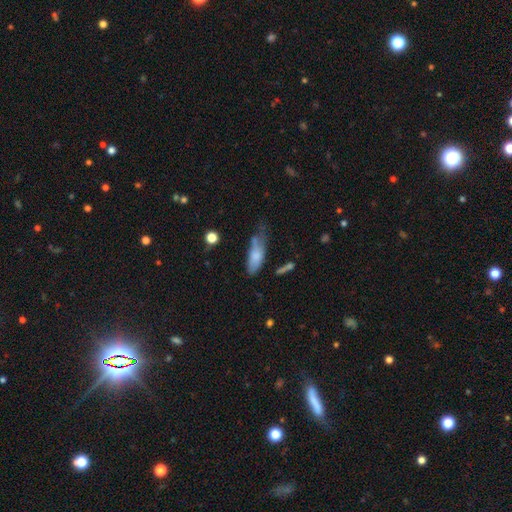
smooth 70%, featured or disk 25%, star or artifact 5%. Down the decision tree: how rounded — in between (75%); merging — major disturbance (37%).